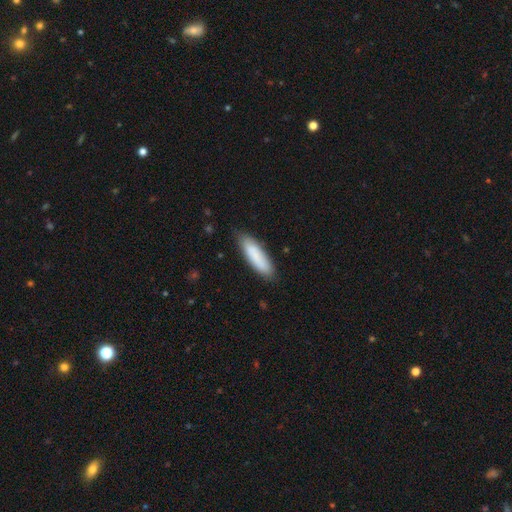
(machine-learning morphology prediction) The model was most divided on "how rounded": cigar-shaped: 58%, in between: 41%, round: 1%. More confident: merging — none (83%); smooth or featured — smooth (83%).